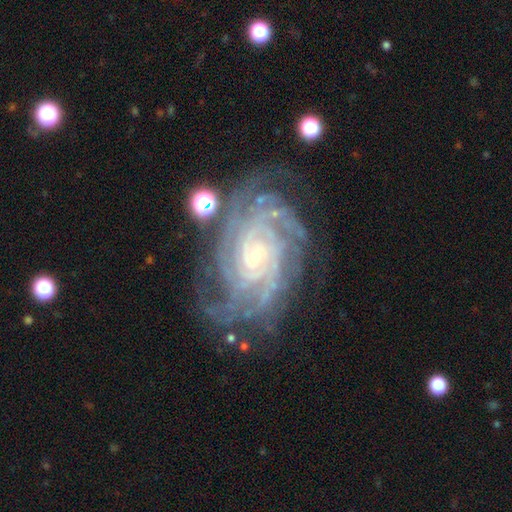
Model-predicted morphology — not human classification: smooth_or_featured: featured or disk (p=0.91) [alt: star or artifact p=0.05]
disk_edge_on: no (p=0.97) [alt: yes p=0.03]
bar: no (p=0.68) [alt: weak p=0.23]
has_spiral_arms: yes (p=0.98) [alt: no p=0.02]
spiral_winding: tight (p=0.75) [alt: medium p=0.22]
spiral_arm_count: 4 (p=0.30) [alt: more than 4 p=0.24]
bulge_size: small (p=0.82) [alt: moderate p=0.14]
merging: none (p=0.73) [alt: minor disturbance p=0.17]